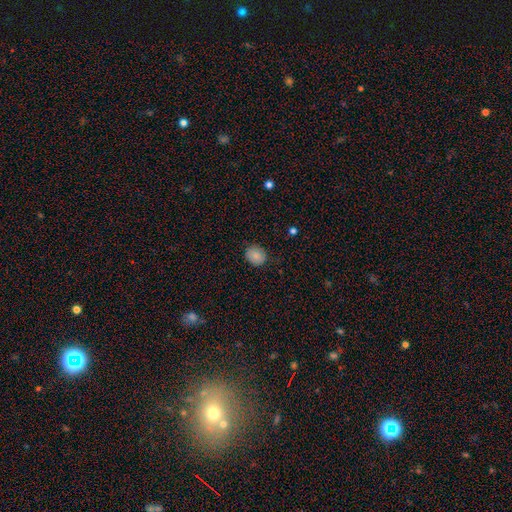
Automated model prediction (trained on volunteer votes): A smooth galaxy with no disk features (85%) that is round (70%).

Vote fractions:
- Smooth or featured? smooth: 85% / star or artifact: 9% / featured or disk: 6%
- How rounded? round: 70% / in between: 29% / cigar-shaped: 1%
- Merging? none: 83% / minor disturbance: 13% / major disturbance: 3% / merger: 1%